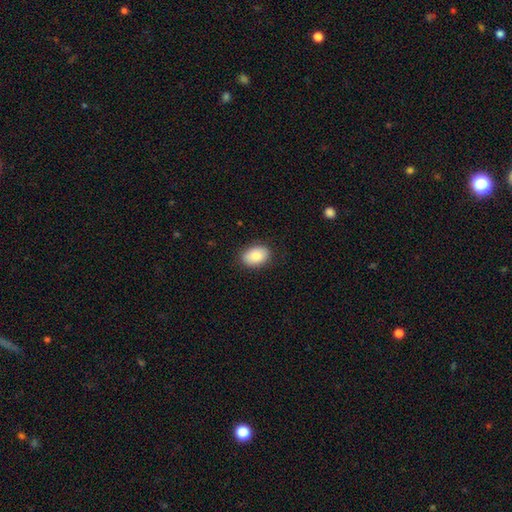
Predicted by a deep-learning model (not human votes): smooth 85%, featured or disk 8%, star or artifact 7%. Down the decision tree: how rounded — in between (83%); merging — none (86%).